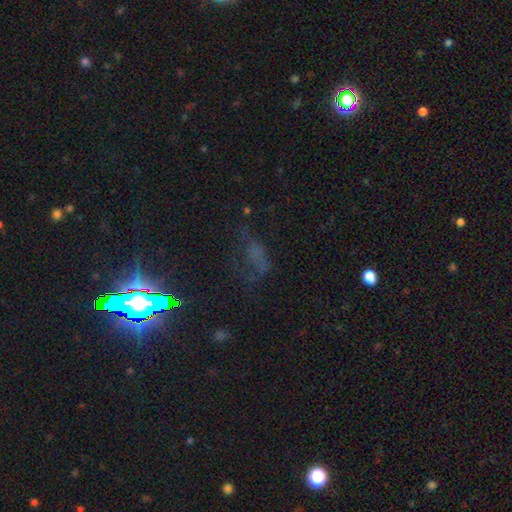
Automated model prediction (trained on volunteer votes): Smooth or featured: star or artifact — 49% (featured or disk — 26%)